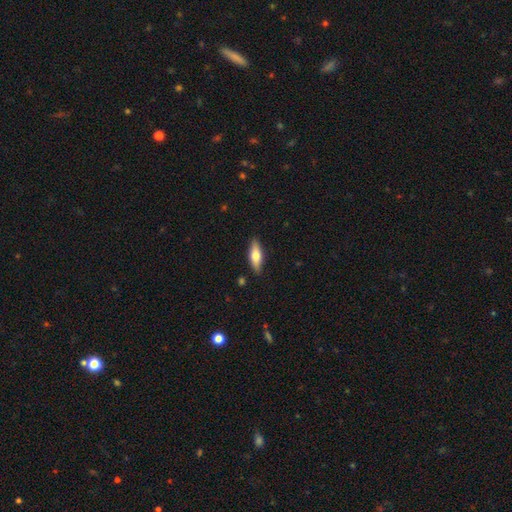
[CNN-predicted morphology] The model was most divided on "how rounded": in between: 58%, cigar-shaped: 39%, round: 3%. More confident: merging — none (86%); smooth or featured — smooth (60%).